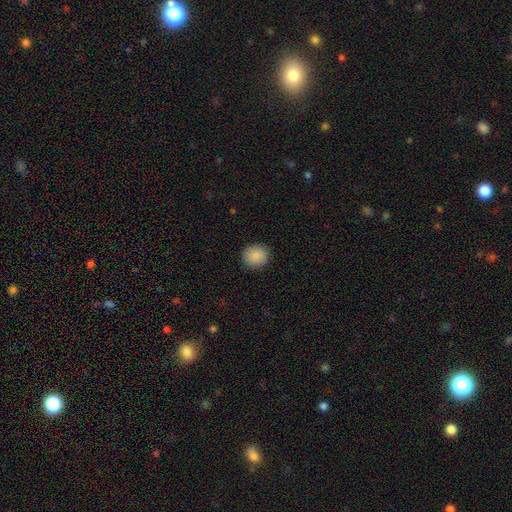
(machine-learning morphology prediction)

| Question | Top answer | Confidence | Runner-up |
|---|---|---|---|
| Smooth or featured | smooth | 89% | star or artifact (8%) |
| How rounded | round | 83% | in between (16%) |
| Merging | none | 91% | minor disturbance (6%) |